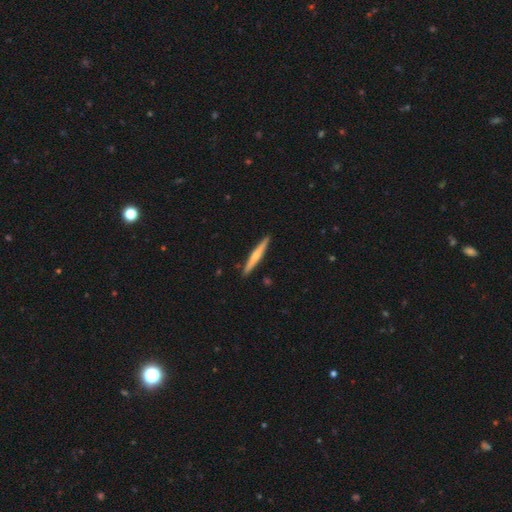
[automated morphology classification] smooth-or-featured: smooth: 48% | featured or disk: 47% | star or artifact: 5%
  merging: none: 91% | minor disturbance: 7% | merger: 1% | major disturbance: 1%